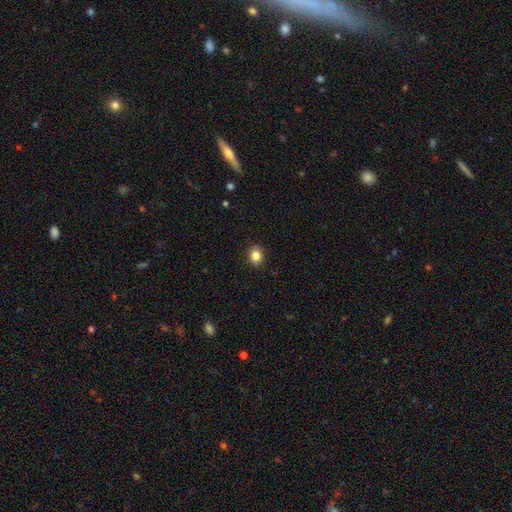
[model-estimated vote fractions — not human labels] A smooth galaxy with no disk features (84%) that is round (56%).

Vote fractions:
- Smooth or featured? smooth: 84% / star or artifact: 10% / featured or disk: 6%
- How rounded? round: 56% / in between: 43% / cigar-shaped: 1%
- Merging? none: 90% / minor disturbance: 7% / major disturbance: 2% / merger: 1%